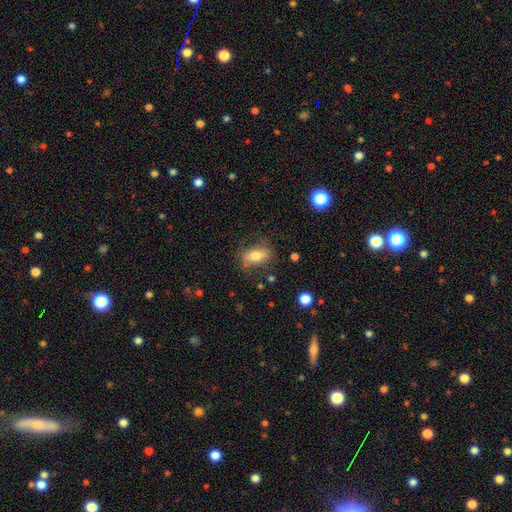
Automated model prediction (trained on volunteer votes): The model was most divided on "smooth or featured": smooth: 68%, featured or disk: 24%, star or artifact: 8%. More confident: how rounded — in between (83%); merging — none (72%).